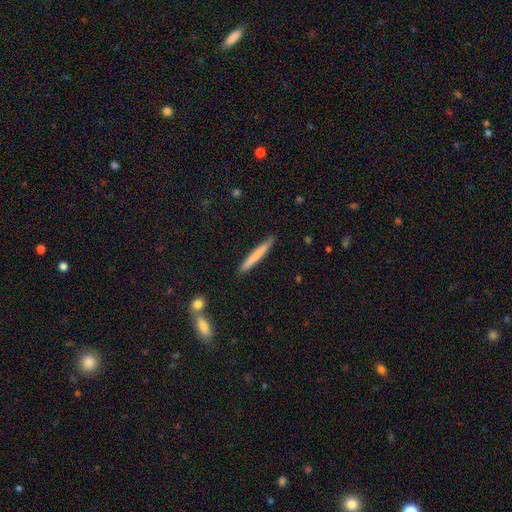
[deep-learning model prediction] This appears to be a smooth galaxy with no disk features (70%) that is cigar-shaped (96%). Merging: none (89%).